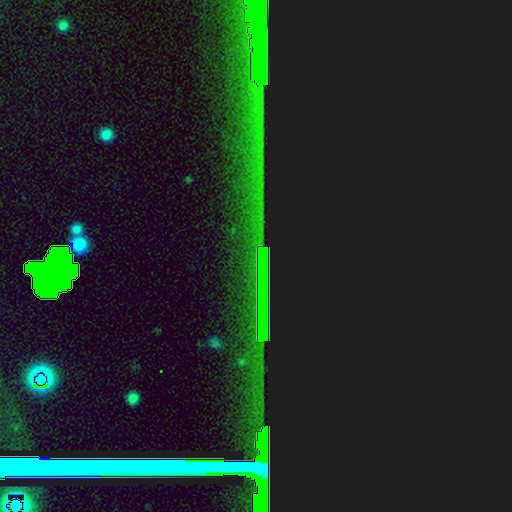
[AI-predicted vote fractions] This appears to be a star or artifact, not a galaxy (79%).